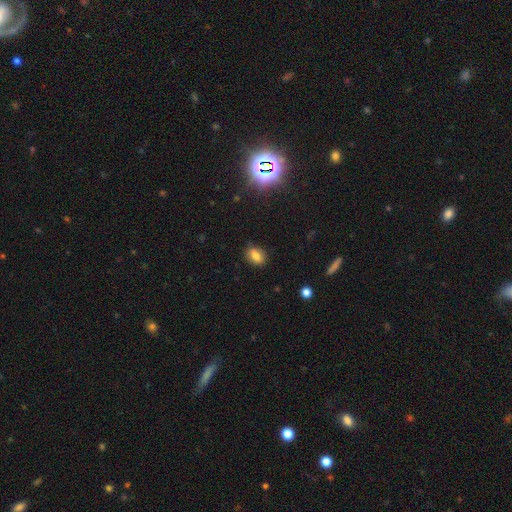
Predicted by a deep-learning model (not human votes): A smooth galaxy with no disk features (78%) that is in between round and cigar-shaped (69%).

Vote fractions:
- Smooth or featured? smooth: 78% / star or artifact: 13% / featured or disk: 10%
- How rounded? in between: 69% / round: 29% / cigar-shaped: 2%
- Merging? none: 82% / minor disturbance: 14% / major disturbance: 3% / merger: 1%